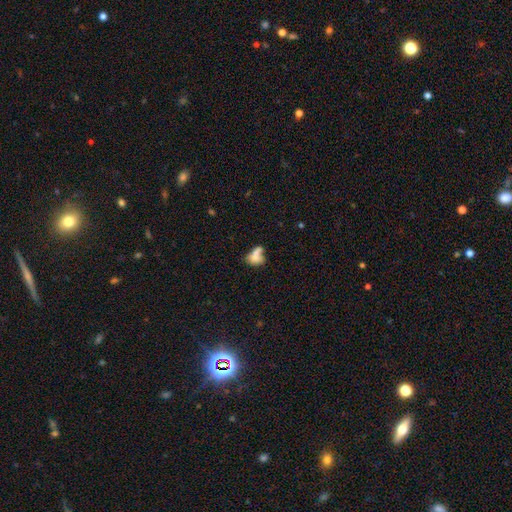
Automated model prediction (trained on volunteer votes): Smooth or featured? smooth (68%)
How rounded? in between (71%)
Merging? merger (40%)